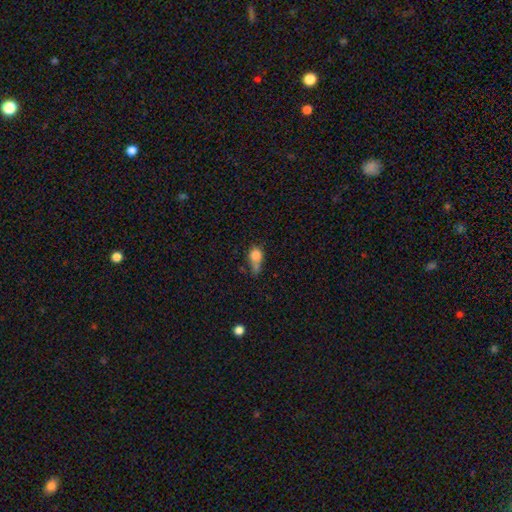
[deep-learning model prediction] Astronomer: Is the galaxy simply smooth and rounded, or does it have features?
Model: smooth — 78%.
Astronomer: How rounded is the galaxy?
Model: round — 51% (runner-up: in between, 45%).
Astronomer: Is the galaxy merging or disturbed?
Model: none — 29% (runner-up: minor disturbance, 28%).